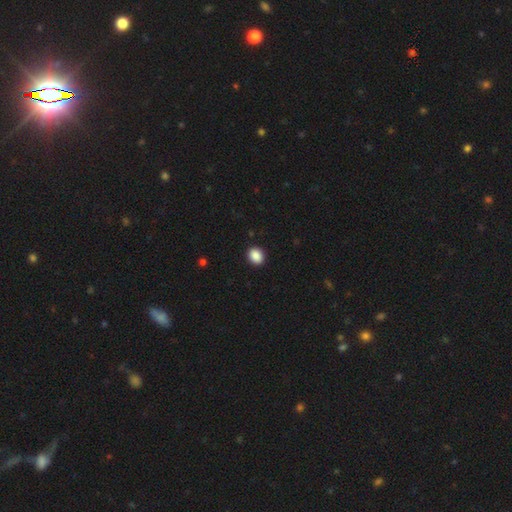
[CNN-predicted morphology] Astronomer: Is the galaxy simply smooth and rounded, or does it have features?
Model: smooth — 89%.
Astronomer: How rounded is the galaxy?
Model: round — 59% (runner-up: in between, 40%).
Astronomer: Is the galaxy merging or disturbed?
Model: none — 92%.